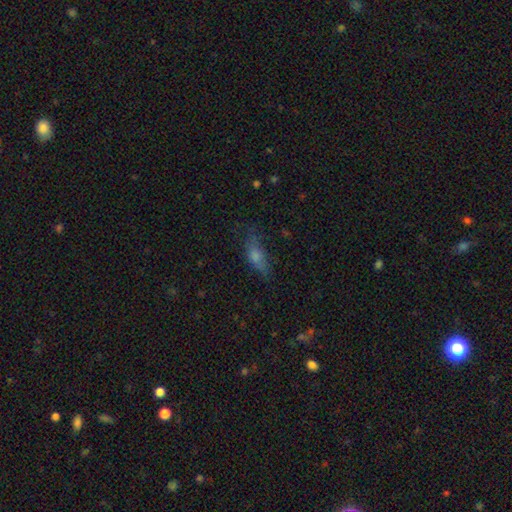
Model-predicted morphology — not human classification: This is possibly a smooth galaxy (56%). How rounded: possibly in between (54%). Merging: likely none (62%).